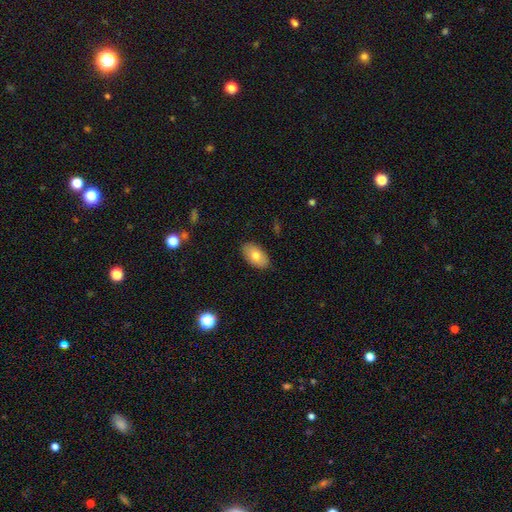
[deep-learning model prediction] smooth 78%, featured or disk 16%, star or artifact 7%. Down the decision tree: how rounded — in between (94%); merging — none (87%).